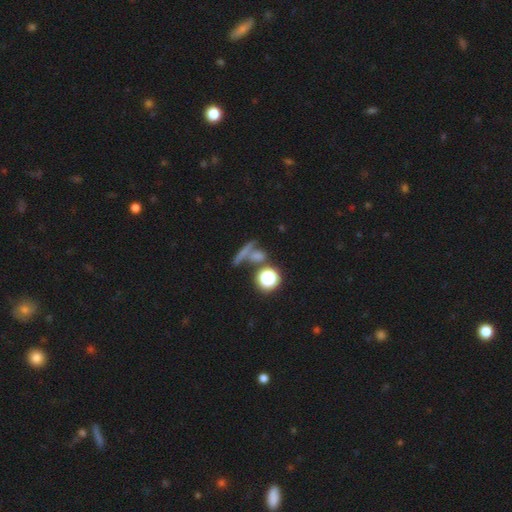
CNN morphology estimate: A smooth galaxy with no disk features (47%). Merging: none (55%).